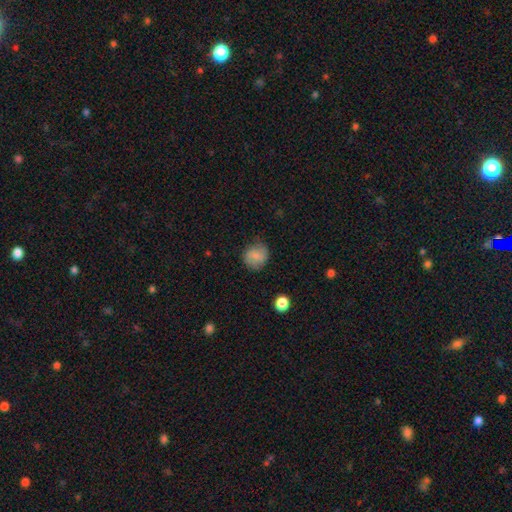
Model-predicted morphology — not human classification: smooth-or-featured: smooth: 78% | featured or disk: 13% | star or artifact: 9%
  how-rounded: round: 82% | in between: 17% | cigar-shaped: 1%
  merging: none: 75% | minor disturbance: 19% | major disturbance: 5% | merger: 1%